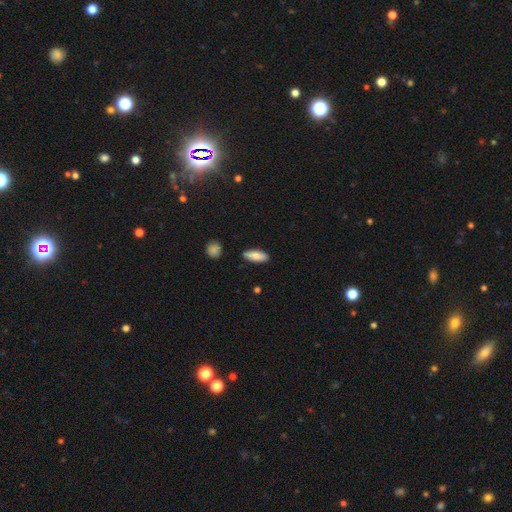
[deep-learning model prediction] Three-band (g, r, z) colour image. It shows a smooth galaxy with no disk features (84%) that is in between round and cigar-shaped (76%). Merging: none (87%).